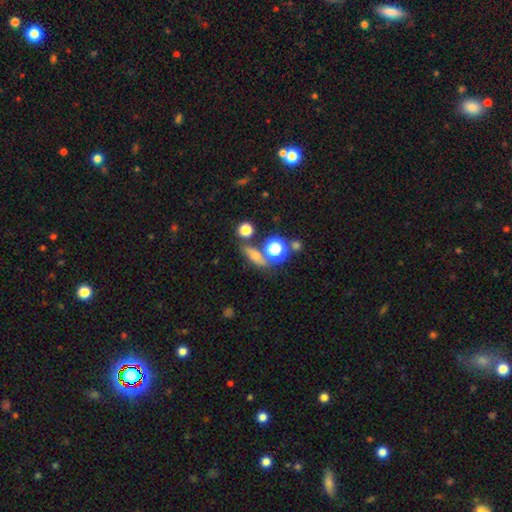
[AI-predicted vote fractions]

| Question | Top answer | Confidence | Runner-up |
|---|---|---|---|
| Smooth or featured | smooth | 53% | featured or disk (29%) |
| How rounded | in between | 38% | cigar-shaped (36%) |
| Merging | none | 69% | merger (14%) |